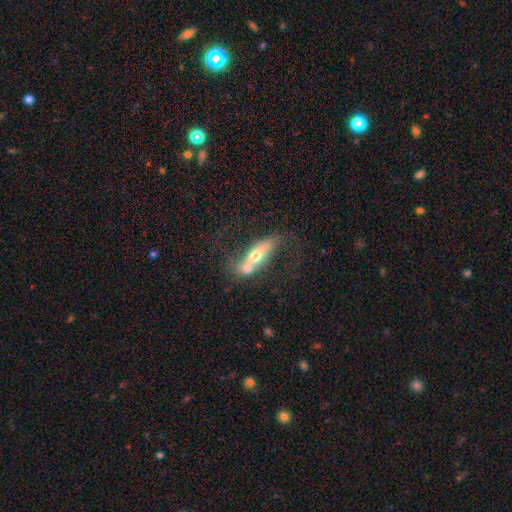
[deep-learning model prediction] Smooth or featured: smooth — 51% (featured or disk — 42%)
How rounded: in between — 54% (cigar-shaped — 42%)
Merging: merger — 47% (none — 29%)